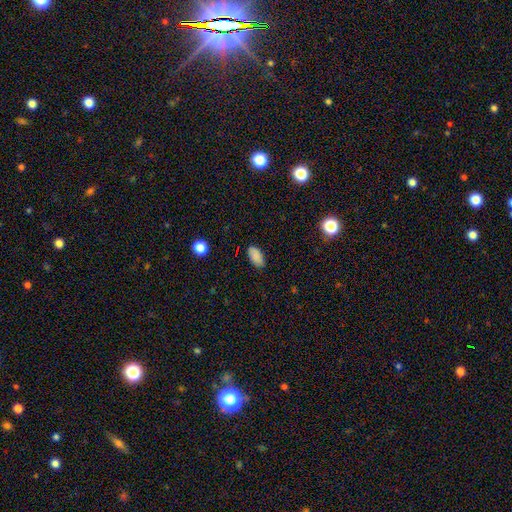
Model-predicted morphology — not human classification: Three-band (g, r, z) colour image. It shows a smooth galaxy with no disk features (87%) that is in between round and cigar-shaped (93%). Merging: none (85%).